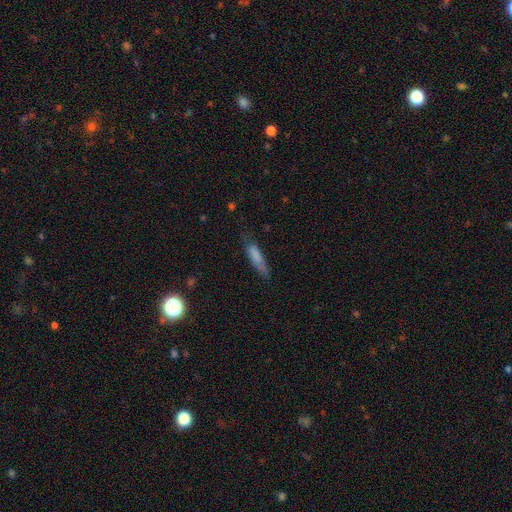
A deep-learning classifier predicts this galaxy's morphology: This appears to be a smooth galaxy with no disk features (78%) that is cigar-shaped (72%). Merging: none (58%).